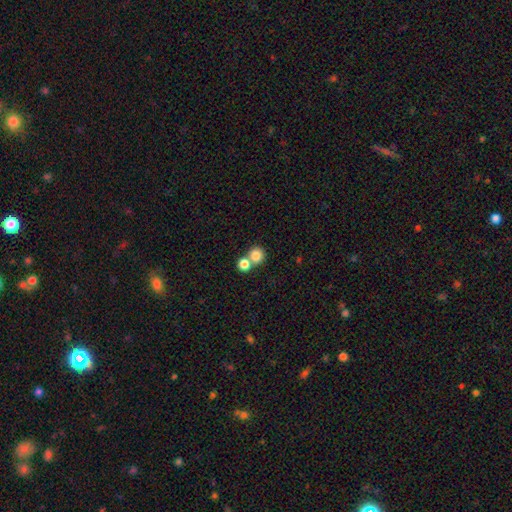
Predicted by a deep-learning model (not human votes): smooth_or_featured: smooth (p=0.82) [alt: star or artifact p=0.10]
how_rounded: round (p=0.89) [alt: in between p=0.11]
merging: none (p=0.49) [alt: merger p=0.43]